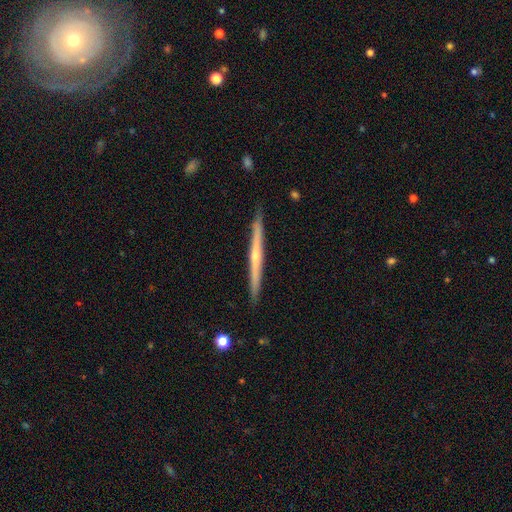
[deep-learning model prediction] Smooth or featured: featured or disk — 70% (smooth — 24%)
Edge-on disk: yes — 98% (no — 2%)
Edge-on bulge: rounded — 55% (none — 41%)
Merging: none — 91% (minor disturbance — 7%)